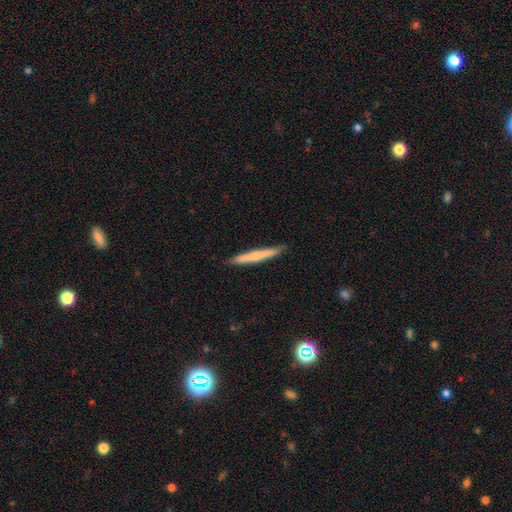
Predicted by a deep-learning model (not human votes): This appears to be a smooth galaxy with no disk features (62%) that is cigar-shaped (96%). Merging: none (90%).